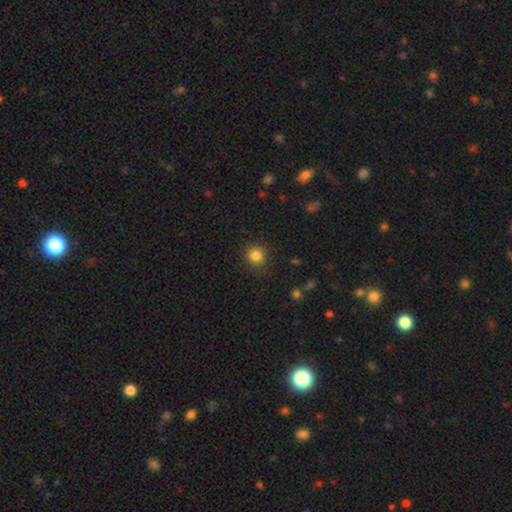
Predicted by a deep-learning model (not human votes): Overall: smooth (84%). How rounded: round (92%). Merging: none (88%).